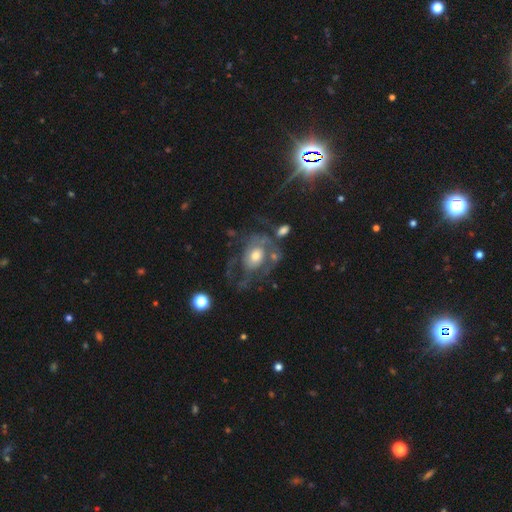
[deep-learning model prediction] A featured or disk galaxy (72%) with no bar (78%), spiral arms (71%) and a moderate central bulge (63%).

Vote fractions:
- Smooth or featured? featured or disk: 72% / smooth: 20% / star or artifact: 8%
- Edge-on disk? no: 96% / yes: 4%
- Bar? no: 78% / weak: 18% / strong: 4%
- Spiral arms? yes: 71% / no: 29%
- Bulge size? moderate: 63% / large: 17% / small: 16% / none: 2% / dominant: 2%
- Merging? none: 38% / major disturbance: 35% / minor disturbance: 19% / merger: 7%